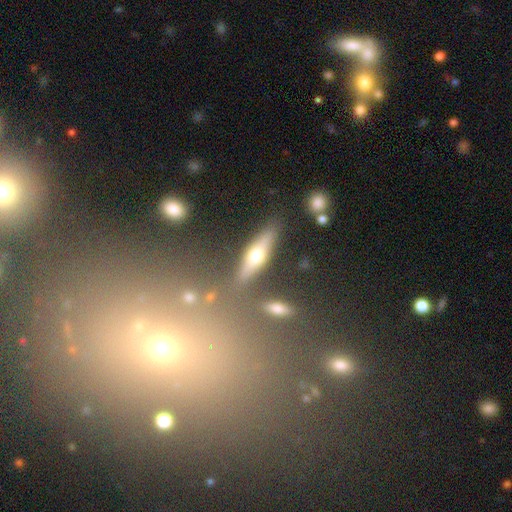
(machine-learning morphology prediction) The model was most divided on "smooth or featured": featured or disk: 51%, smooth: 41%, star or artifact: 9%. More confident: edge-on disk — yes (87%); merging — none (80%).